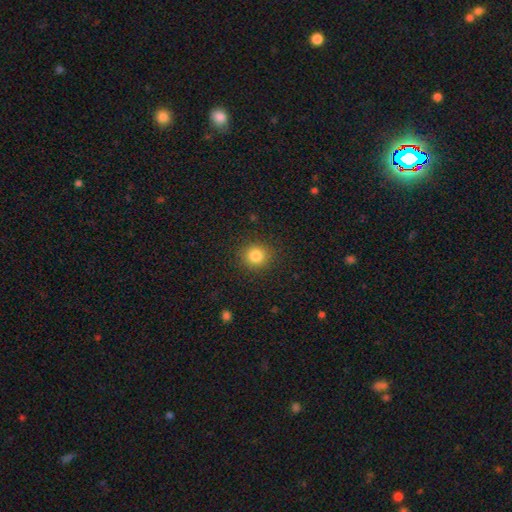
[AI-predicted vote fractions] Smooth or featured: smooth — 83% (star or artifact — 12%)
How rounded: round — 88% (in between — 12%)
Merging: none — 89% (minor disturbance — 7%)